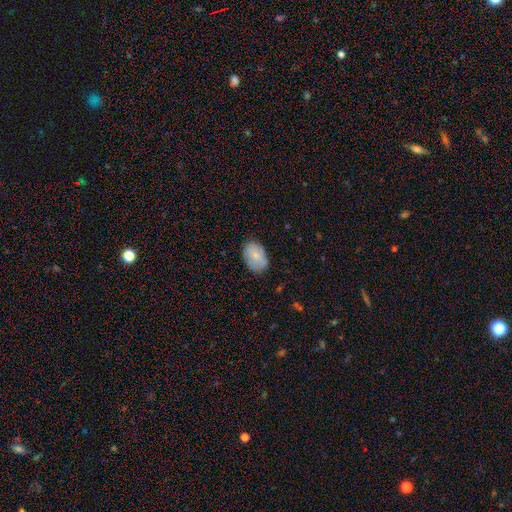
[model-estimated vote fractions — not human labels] Smooth or featured: smooth — 76% (featured or disk — 17%)
How rounded: in between — 84% (round — 15%)
Merging: none — 77% (minor disturbance — 18%)